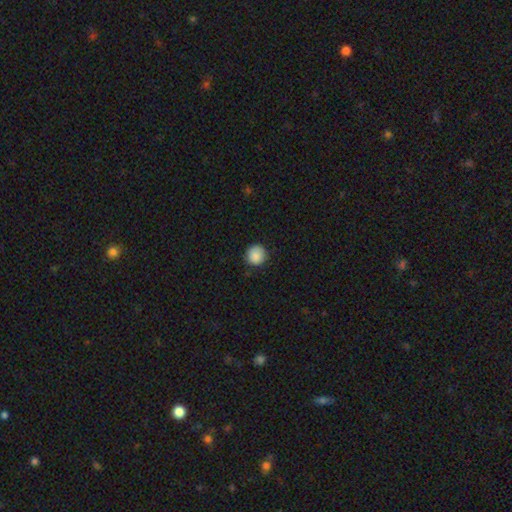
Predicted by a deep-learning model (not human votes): Smooth or featured? Predicted: smooth (p=0.88). How rounded? Predicted: round (p=0.94). Merging? Predicted: none (p=0.88).